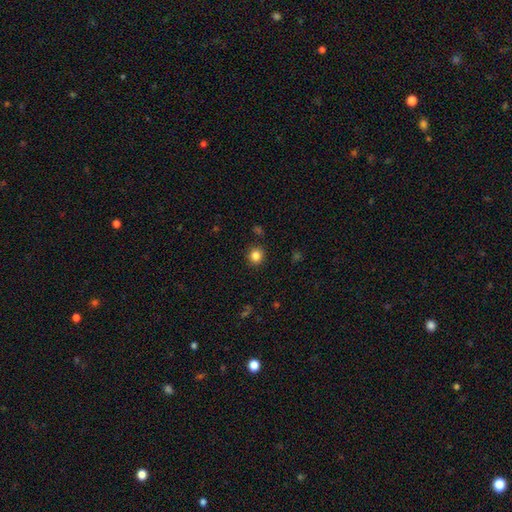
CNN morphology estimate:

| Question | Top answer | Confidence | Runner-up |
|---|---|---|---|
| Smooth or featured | smooth | 83% | star or artifact (12%) |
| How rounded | round | 87% | in between (12%) |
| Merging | none | 90% | minor disturbance (6%) |